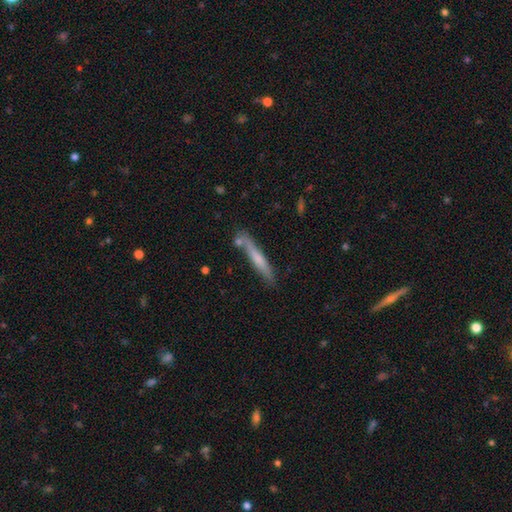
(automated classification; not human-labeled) Smooth or featured?
  - smooth: 52% *
  - featured or disk: 41%
  - star or artifact: 7%
How rounded?
  - cigar-shaped: 95% *
  - in between: 4%
  - round: 1%
Merging?
  - none: 77% *
  - minor disturbance: 14%
  - merger: 7%
  - major disturbance: 3%